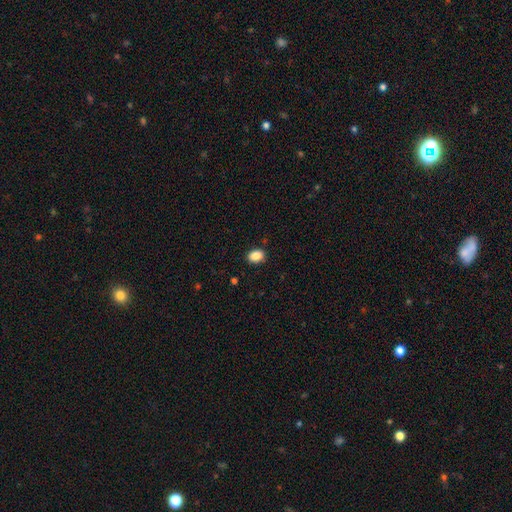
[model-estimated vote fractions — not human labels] Smooth or featured: smooth — 88% (star or artifact — 8%)
How rounded: in between — 71% (round — 28%)
Merging: none — 88% (minor disturbance — 9%)